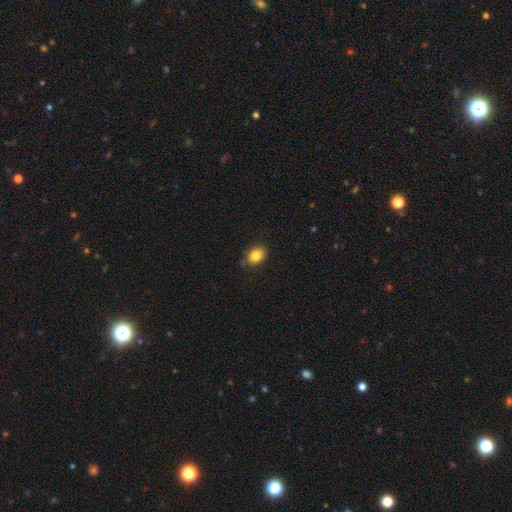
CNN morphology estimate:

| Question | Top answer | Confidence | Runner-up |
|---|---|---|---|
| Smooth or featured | smooth | 85% | star or artifact (9%) |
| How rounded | in between | 67% | round (32%) |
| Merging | none | 80% | minor disturbance (15%) |